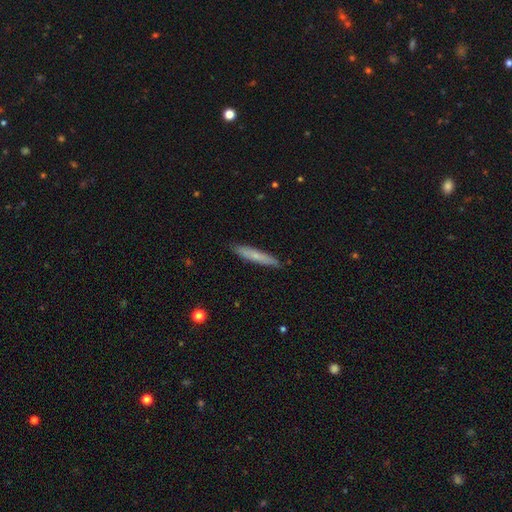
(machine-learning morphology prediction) A smooth galaxy with no disk features (60%) that is cigar-shaped (92%).

Vote fractions:
- Smooth or featured? smooth: 60% / featured or disk: 33% / star or artifact: 6%
- How rounded? cigar-shaped: 92% / in between: 6% / round: 1%
- Merging? none: 88% / minor disturbance: 9% / major disturbance: 2% / merger: 1%